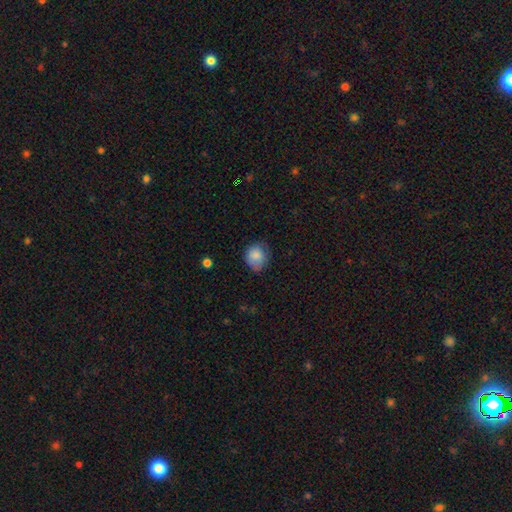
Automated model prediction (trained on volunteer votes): Smooth or featured? smooth (85%)
How rounded? round (73%)
Merging? none (64%)